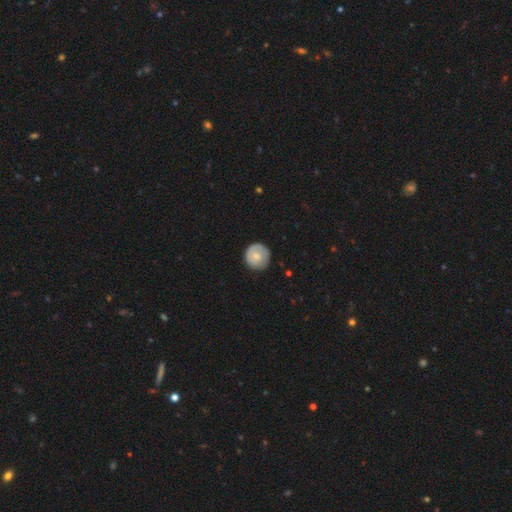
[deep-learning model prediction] smooth_or_featured: smooth (p=0.67) [alt: featured or disk p=0.27]
how_rounded: round (p=0.94) [alt: in between p=0.05]
merging: none (p=0.81) [alt: minor disturbance p=0.15]